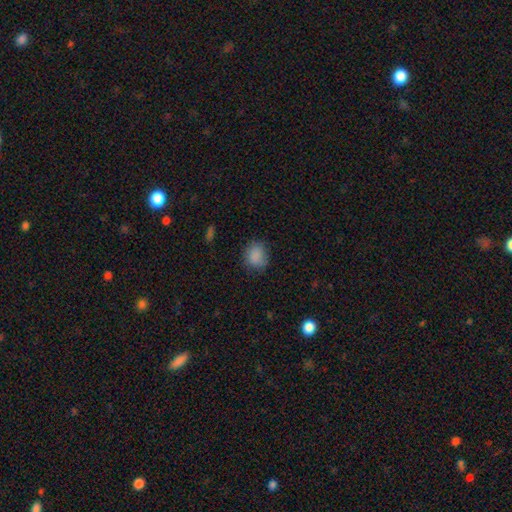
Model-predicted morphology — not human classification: Smooth or featured? Predicted: smooth (p=0.85). How rounded? Predicted: round (p=0.61). Merging? Predicted: none (p=0.75).